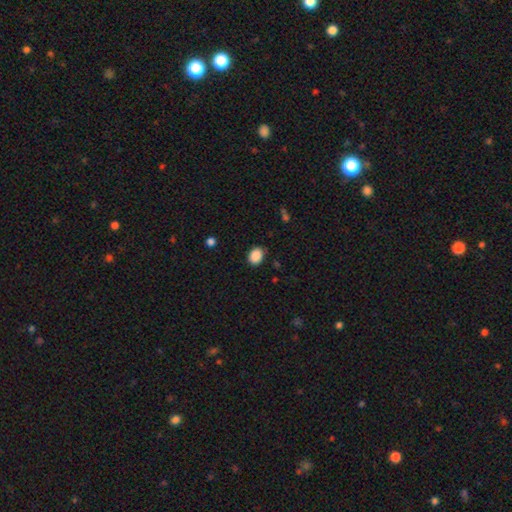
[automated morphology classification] Smooth or featured?
  - smooth: 88% *
  - star or artifact: 8%
  - featured or disk: 3%
How rounded?
  - in between: 62% *
  - round: 37%
  - cigar-shaped: 1%
Merging?
  - none: 84% *
  - minor disturbance: 12%
  - major disturbance: 3%
  - merger: 1%